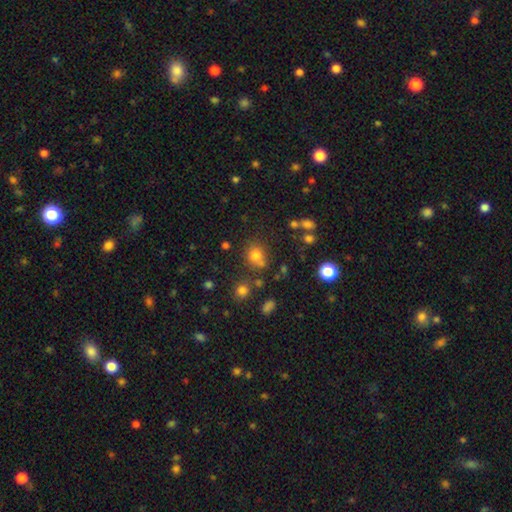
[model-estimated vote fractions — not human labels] This appears to be a smooth galaxy with no disk features (75%) that is round (70%). Merging: none (64%).